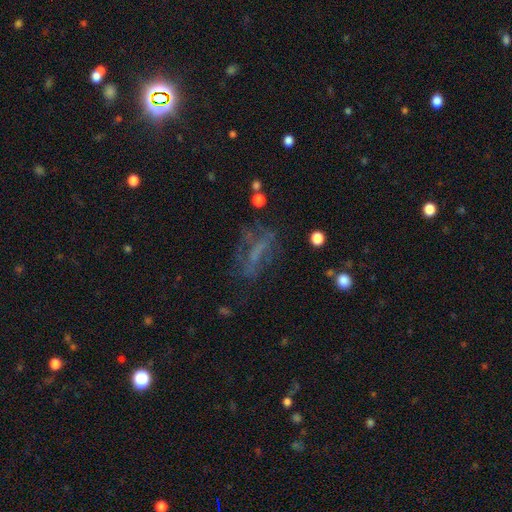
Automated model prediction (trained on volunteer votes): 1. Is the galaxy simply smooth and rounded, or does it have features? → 42% featured or disk, 31% star or artifact, 27% smooth.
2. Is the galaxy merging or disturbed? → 54% none, 22% major disturbance, 19% minor disturbance, 4% merger.